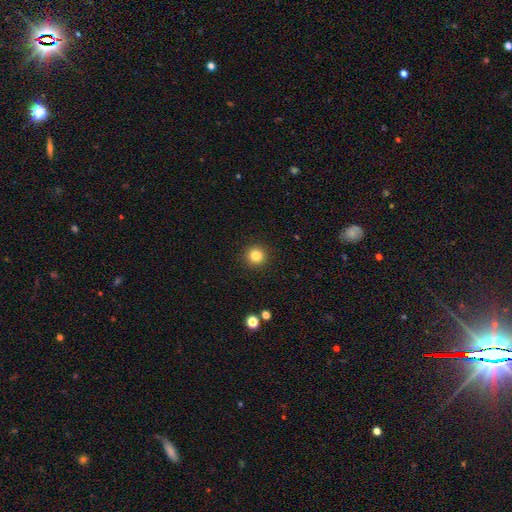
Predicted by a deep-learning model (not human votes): The model was most divided on "smooth or featured": smooth: 83%, star or artifact: 12%, featured or disk: 5%. More confident: how rounded — round (95%); merging — none (92%).